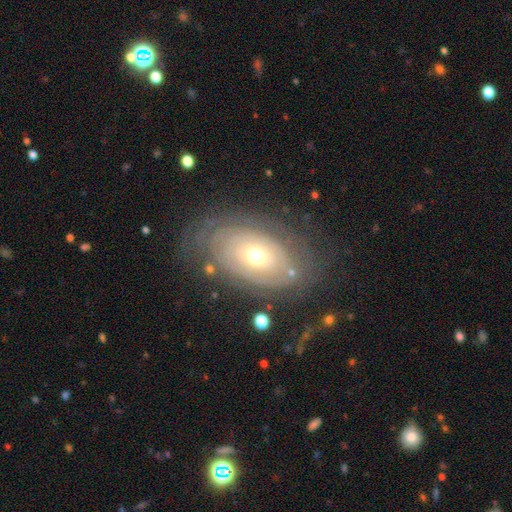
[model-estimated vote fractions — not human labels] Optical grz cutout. It shows a featured or disk galaxy (71%) with no bar (85%), spiral arms (66%) and a moderate central bulge (64%). Merging: none (72%).